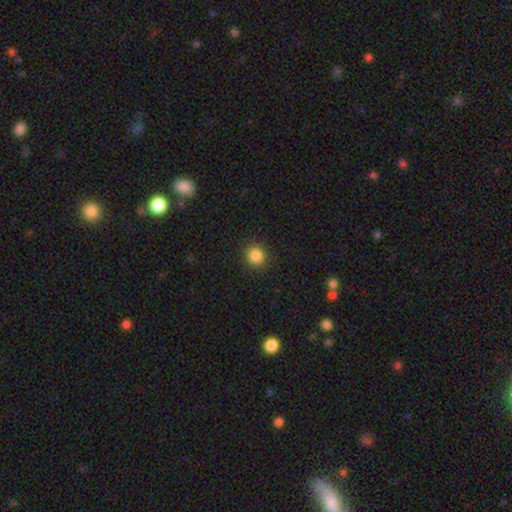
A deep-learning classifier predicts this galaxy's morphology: Q: Smooth or featured?
A: smooth (85%); runner-up: star or artifact (11%)
Q: How rounded?
A: round (88%); runner-up: in between (11%)
Q: Merging?
A: none (91%); runner-up: minor disturbance (6%)